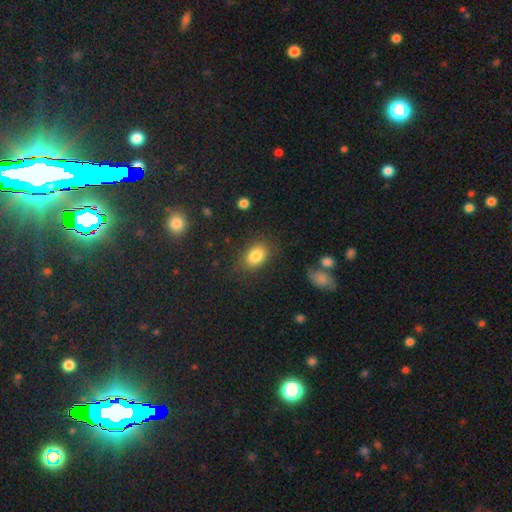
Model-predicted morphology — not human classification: Smooth or featured? smooth (83%)
How rounded? in between (77%)
Merging? none (79%)